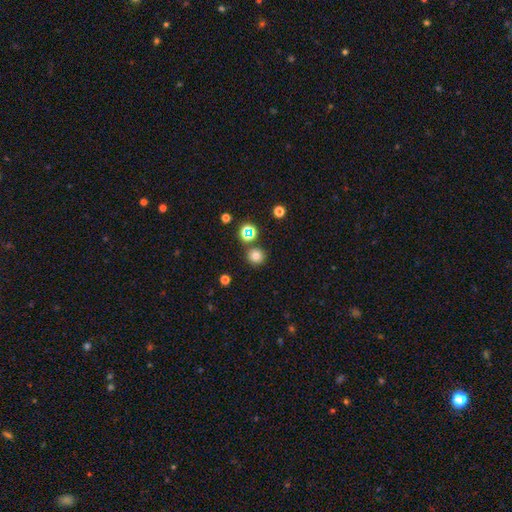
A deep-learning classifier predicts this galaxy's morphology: type=smooth (76%); roundness=round (92%); merging=none (84%).